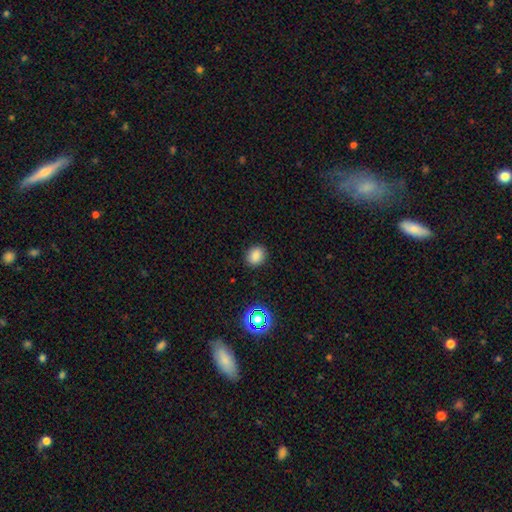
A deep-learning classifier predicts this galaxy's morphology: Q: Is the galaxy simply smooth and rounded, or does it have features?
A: smooth — 82%.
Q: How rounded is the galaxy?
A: round — 60%.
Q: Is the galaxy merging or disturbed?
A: none — 89%.